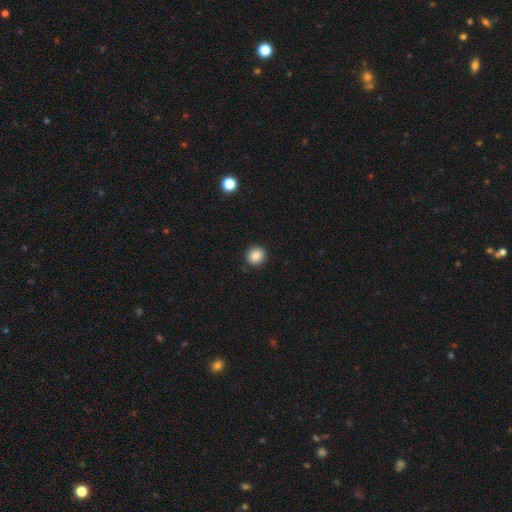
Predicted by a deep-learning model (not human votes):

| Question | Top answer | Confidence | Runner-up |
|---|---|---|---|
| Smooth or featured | smooth | 87% | star or artifact (9%) |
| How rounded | round | 90% | in between (9%) |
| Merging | none | 90% | minor disturbance (7%) |